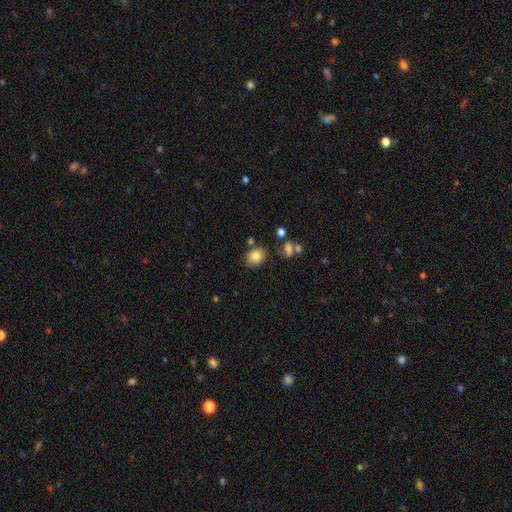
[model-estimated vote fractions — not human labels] Overall: smooth (81%). How rounded: in between (63%; round 36%). Merging: none (72%).